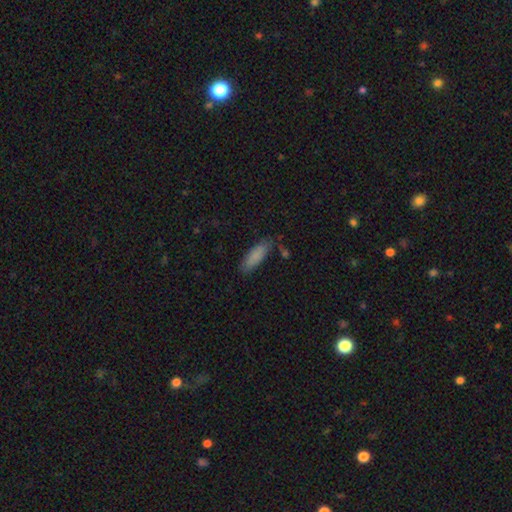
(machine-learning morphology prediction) smooth 85%, featured or disk 8%, star or artifact 7%. Down the decision tree: how rounded — in between (54%); merging — none (74%).